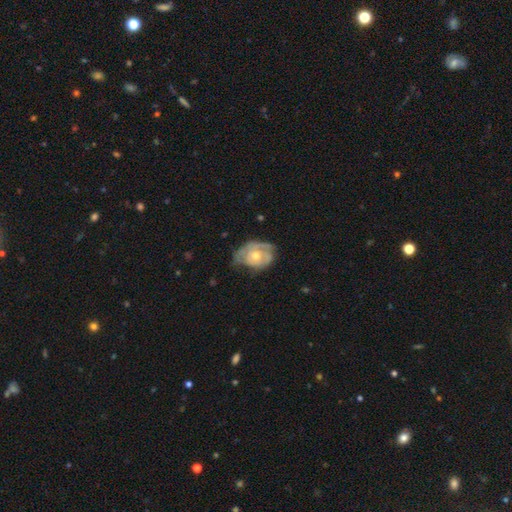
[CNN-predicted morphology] Smooth or featured?
  - featured or disk: 69% *
  - smooth: 25%
  - star or artifact: 6%
Edge-on disk?
  - no: 96% *
  - yes: 4%
Bar?
  - no: 83% *
  - weak: 14%
  - strong: 3%
Spiral arms?
  - yes: 68% *
  - no: 32%
Bulge size?
  - moderate: 64% *
  - small: 31%
  - large: 3%
  - none: 1%
  - dominant: 1%
Merging?
  - none: 47% *
  - minor disturbance: 33%
  - major disturbance: 18%
  - merger: 2%